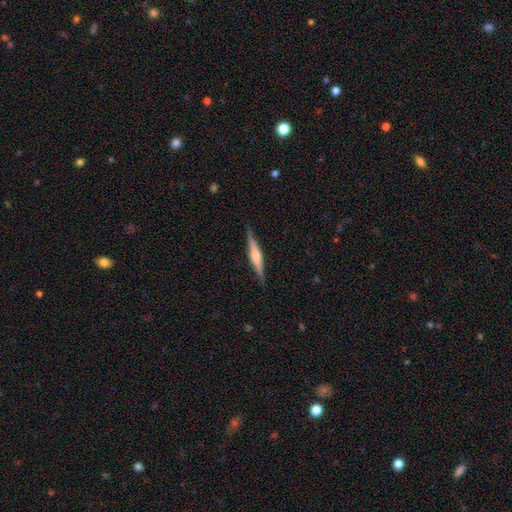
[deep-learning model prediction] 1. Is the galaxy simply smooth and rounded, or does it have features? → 66% featured or disk, 28% smooth, 6% star or artifact.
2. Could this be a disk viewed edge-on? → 98% yes, 2% no.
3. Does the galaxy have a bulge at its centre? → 74% rounded, 17% boxy, 9% none.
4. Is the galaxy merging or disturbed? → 89% none, 9% minor disturbance, 2% major disturbance, 1% merger.